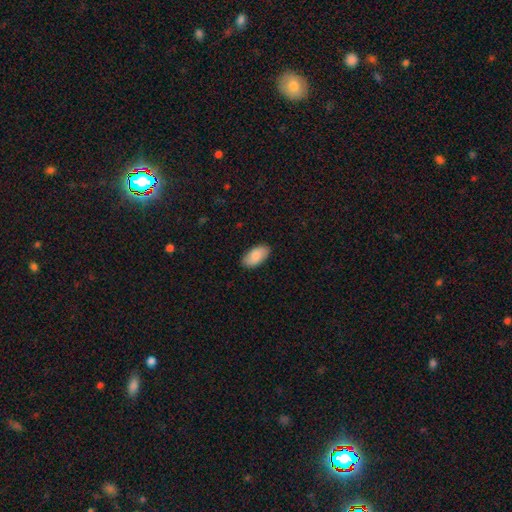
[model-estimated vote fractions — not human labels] This appears to be a smooth galaxy with no disk features (85%) that is in between round and cigar-shaped (95%). Merging: none (86%).